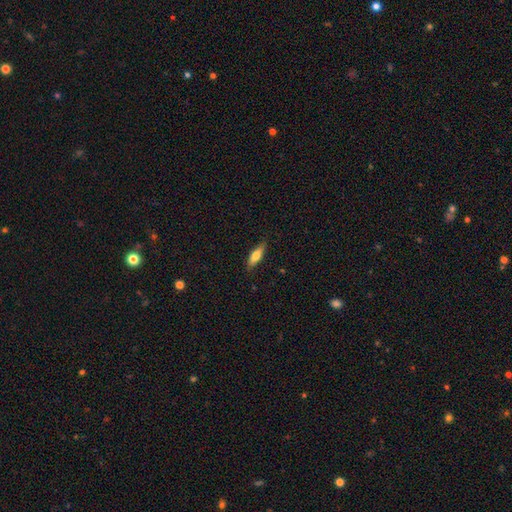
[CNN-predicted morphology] smooth-or-featured: smooth: 64% | featured or disk: 30% | star or artifact: 6%
  how-rounded: cigar-shaped: 54% | in between: 44% | round: 2%
  merging: none: 84% | minor disturbance: 12% | major disturbance: 2% | merger: 1%